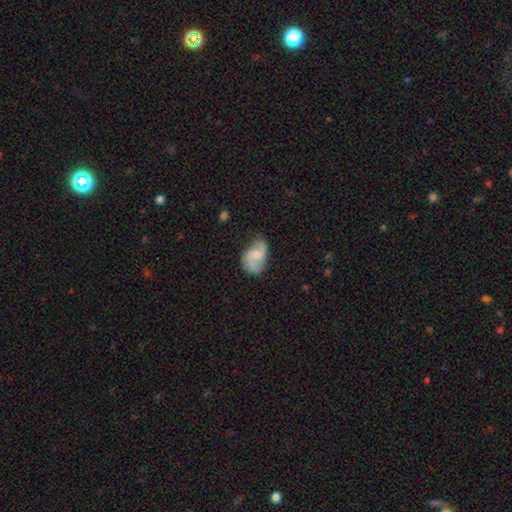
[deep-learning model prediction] smooth-or-featured: featured or disk: 67% | smooth: 27% | star or artifact: 6%
  disk-edge-on: no: 97% | yes: 3%
    bar: weak: 46% (tied) | no: 46% (tied) | strong: 8%
    has-spiral-arms: yes: 91% | no: 9%
      spiral-winding: loose: 45% | medium: 42% | tight: 13%
      spiral-arm-count: 2: 86% | can't tell: 7% | 1: 4% | 3: 2% | 4: 1% | more than 4: 1%
    bulge-size: small: 47% | moderate: 39% | none: 10% | large: 2% | dominant: 1%
  merging: none: 58% | minor disturbance: 28% | major disturbance: 12% | merger: 2%